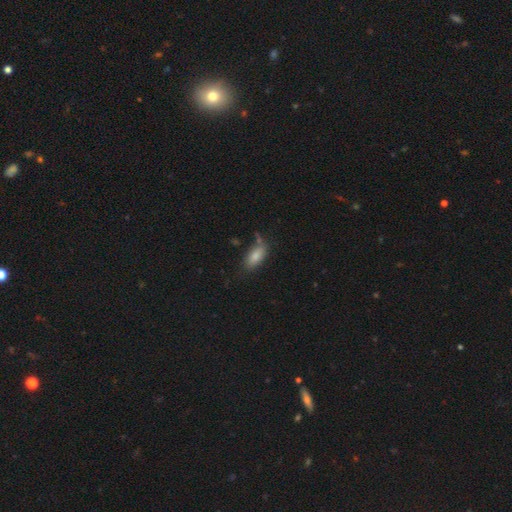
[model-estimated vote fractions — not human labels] smooth-or-featured: smooth: 82% | featured or disk: 10% | star or artifact: 7%
  how-rounded: in between: 85% | cigar-shaped: 12% | round: 2%
  merging: none: 69% | minor disturbance: 20% | merger: 7% | major disturbance: 5%